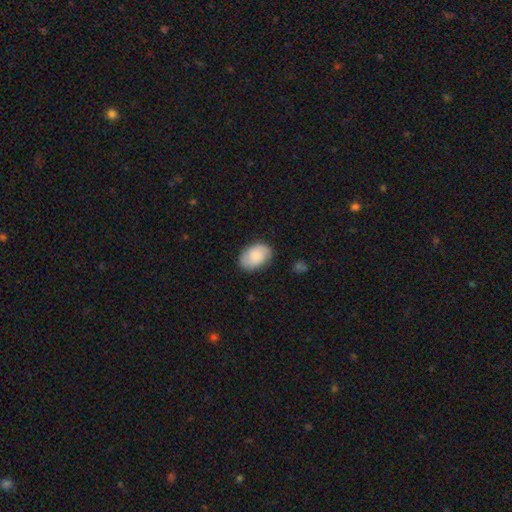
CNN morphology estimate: Smooth or featured? Predicted: smooth (p=0.71). How rounded? Predicted: in between (p=0.85). Merging? Predicted: none (p=0.81).